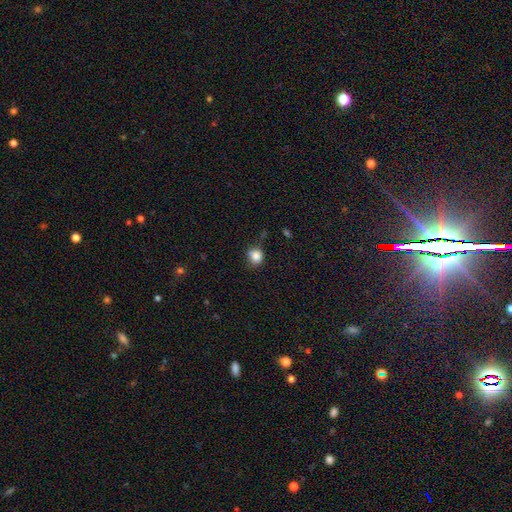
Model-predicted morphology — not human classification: This is clearly a smooth galaxy (83%). How rounded: likely round (78%). Merging: likely none (62%).